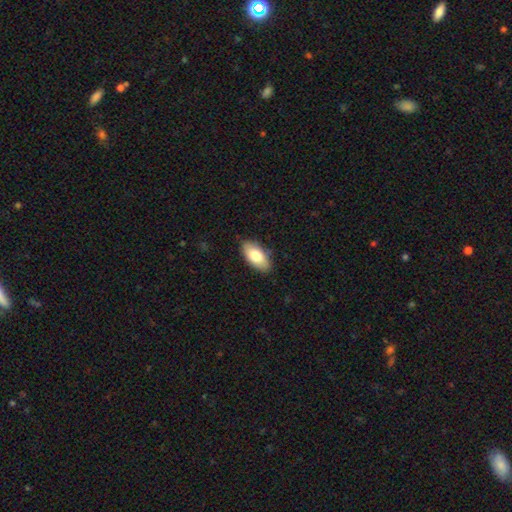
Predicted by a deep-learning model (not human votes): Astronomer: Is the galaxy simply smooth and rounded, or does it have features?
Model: smooth — 80%.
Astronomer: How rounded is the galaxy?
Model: in between — 92%.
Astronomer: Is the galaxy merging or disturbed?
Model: none — 85%.